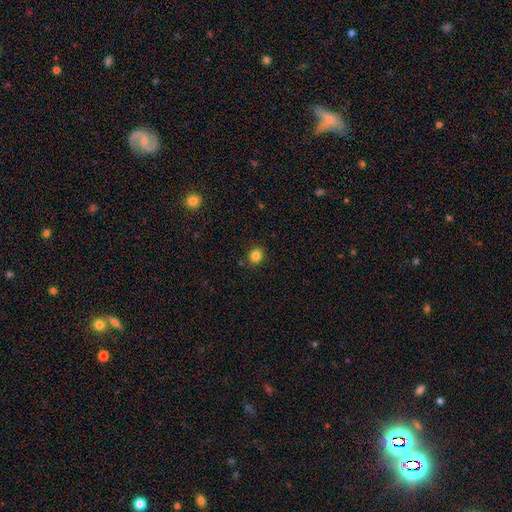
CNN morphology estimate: This is clearly a smooth galaxy (83%). How rounded: likely round (77%). Merging: clearly none (88%).